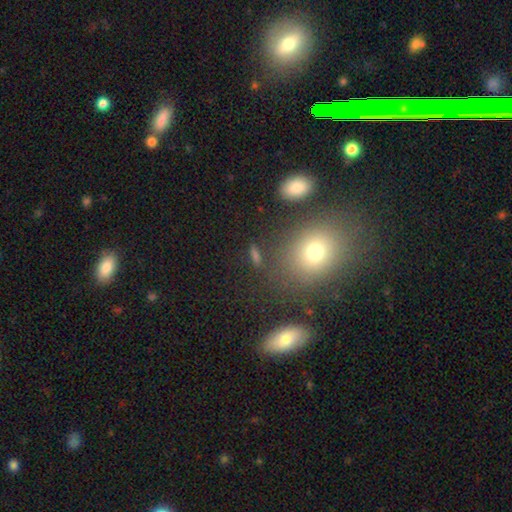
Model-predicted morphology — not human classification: Overall: smooth (64%). How rounded: in between (54%; round 29%). Merging: none (75%).